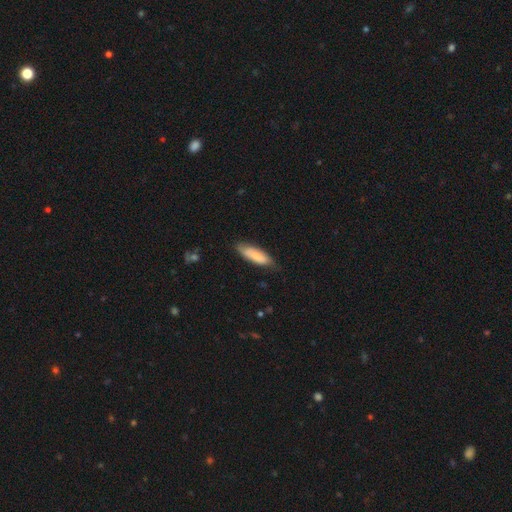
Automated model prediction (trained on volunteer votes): Overall: smooth (76%). How rounded: in between (55%; cigar-shaped 43%). Merging: none (72%).